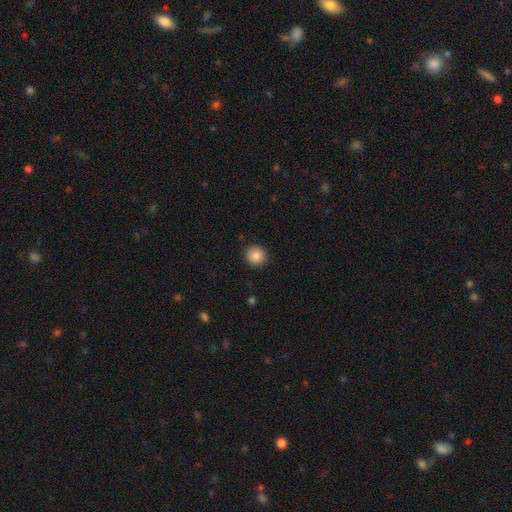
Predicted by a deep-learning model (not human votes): Q: Smooth or featured?
A: smooth (87%); runner-up: star or artifact (9%)
Q: How rounded?
A: round (93%); runner-up: in between (6%)
Q: Merging?
A: none (91%); runner-up: minor disturbance (6%)